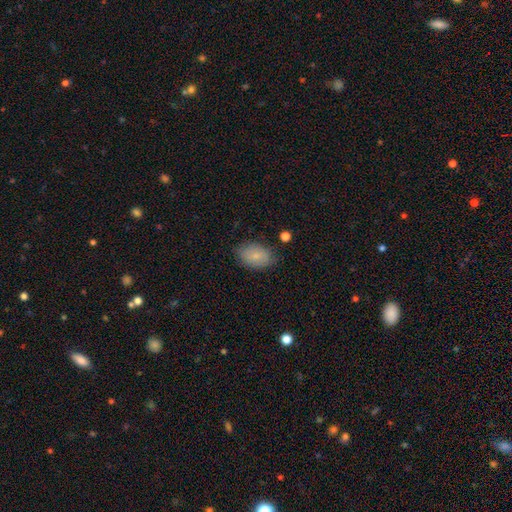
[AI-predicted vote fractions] A smooth galaxy with no disk features (80%) that is in between round and cigar-shaped (87%). Merging: none (79%).